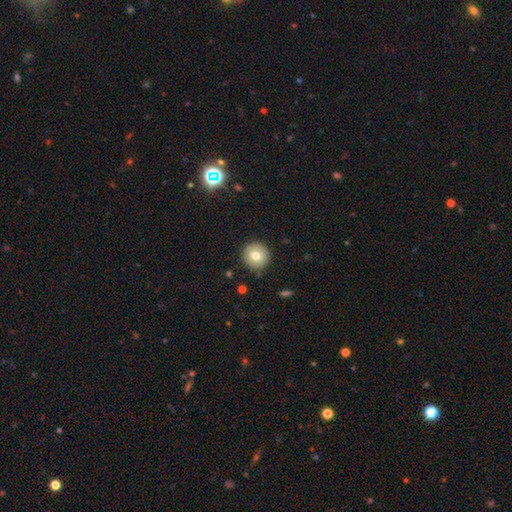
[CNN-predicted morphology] Smooth or featured: smooth — 73% (featured or disk — 18%)
How rounded: round — 92% (in between — 7%)
Merging: none — 90% (minor disturbance — 7%)